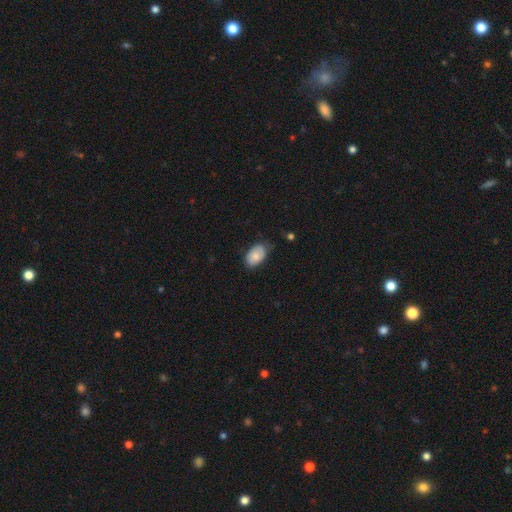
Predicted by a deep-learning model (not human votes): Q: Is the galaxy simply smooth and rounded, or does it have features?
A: smooth — 77%.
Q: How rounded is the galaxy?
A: in between — 91%.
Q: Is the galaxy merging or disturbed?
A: none — 68%.